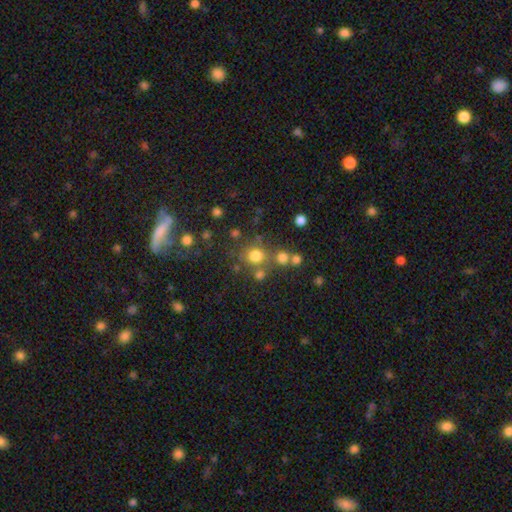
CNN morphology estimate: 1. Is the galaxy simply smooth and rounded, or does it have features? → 75% smooth, 17% star or artifact, 8% featured or disk.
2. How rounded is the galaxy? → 86% round, 13% in between, 1% cigar-shaped.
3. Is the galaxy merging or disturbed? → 66% none, 17% merger, 11% minor disturbance, 6% major disturbance.